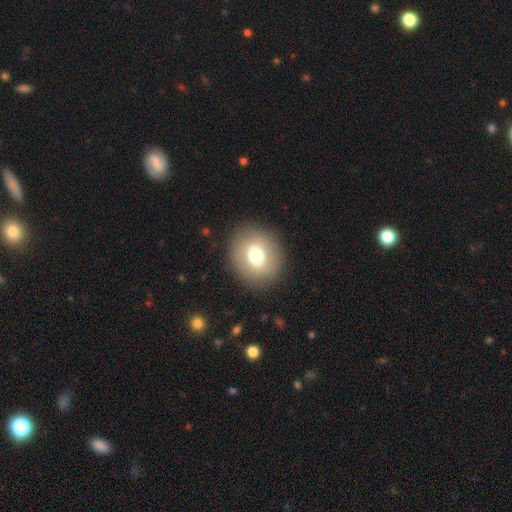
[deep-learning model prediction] Smooth or featured?
  - smooth: 69% *
  - featured or disk: 22%
  - star or artifact: 9%
How rounded?
  - round: 77% *
  - in between: 22%
  - cigar-shaped: 1%
Merging?
  - none: 87% *
  - minor disturbance: 8%
  - major disturbance: 4%
  - merger: 1%